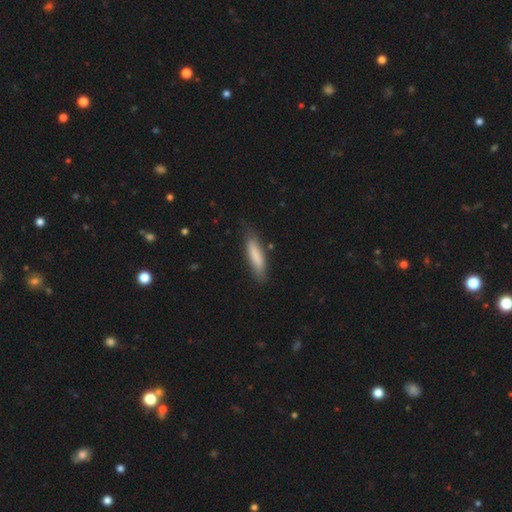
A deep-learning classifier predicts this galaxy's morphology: smooth 80%, featured or disk 14%, star or artifact 6%. Down the decision tree: how rounded — cigar-shaped (73%); merging — none (78%).